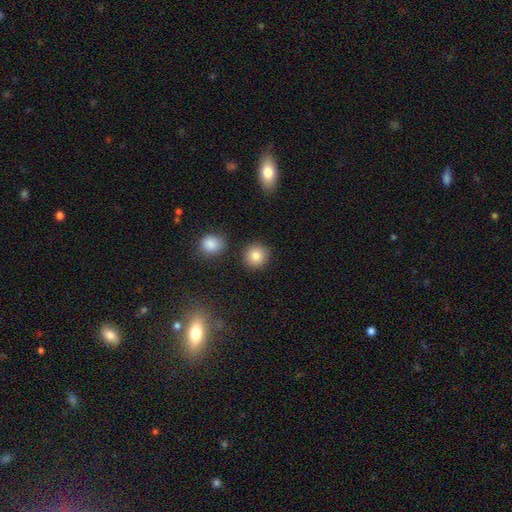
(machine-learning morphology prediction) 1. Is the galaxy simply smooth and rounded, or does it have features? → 86% smooth, 9% star or artifact, 5% featured or disk.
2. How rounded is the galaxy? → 91% round, 8% in between, 1% cigar-shaped.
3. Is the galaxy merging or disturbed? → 88% none, 6% minor disturbance, 4% merger, 2% major disturbance.